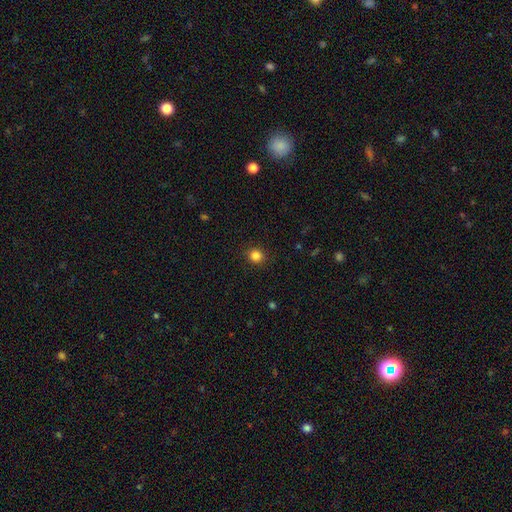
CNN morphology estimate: This appears to be a smooth galaxy with no disk features (84%) that is round (87%). Merging: none (90%).